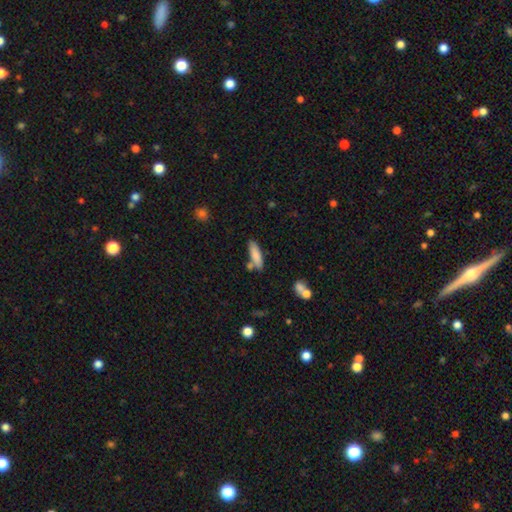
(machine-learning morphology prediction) smooth_or_featured: smooth (p=0.82) [alt: featured or disk p=0.12]
how_rounded: cigar-shaped (p=0.61) [alt: in between p=0.37]
merging: none (p=0.68) [alt: minor disturbance p=0.15]